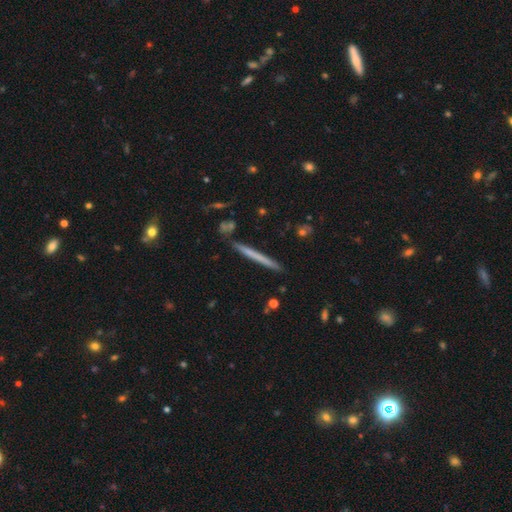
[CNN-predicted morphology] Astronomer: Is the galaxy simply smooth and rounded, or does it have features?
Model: smooth — 53% (runner-up: featured or disk, 40%).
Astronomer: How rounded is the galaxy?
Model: cigar-shaped — 97%.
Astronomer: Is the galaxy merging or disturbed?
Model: none — 90%.